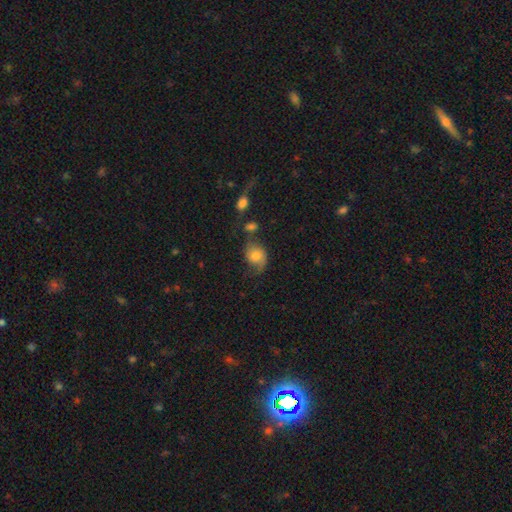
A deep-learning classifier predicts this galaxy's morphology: Overall: smooth (51%; featured or disk 39%). How rounded: round (50%; in between 48%). Merging: none (44%; minor disturbance 25%).